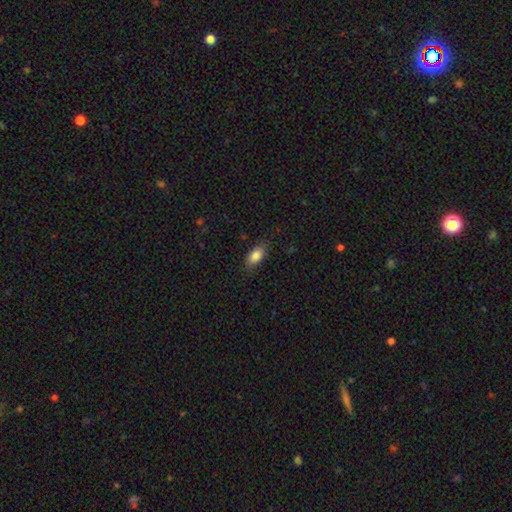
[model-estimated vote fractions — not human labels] This is clearly a smooth galaxy (84%). How rounded: clearly in between (89%). Merging: clearly none (80%).